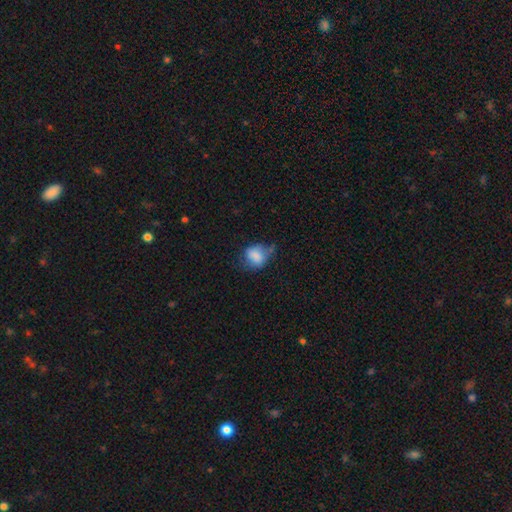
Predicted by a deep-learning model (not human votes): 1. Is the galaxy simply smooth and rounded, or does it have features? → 74% smooth, 17% featured or disk, 9% star or artifact.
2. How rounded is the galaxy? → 53% in between, 45% round, 1% cigar-shaped.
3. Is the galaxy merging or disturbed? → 39% none, 37% minor disturbance, 19% major disturbance, 5% merger.